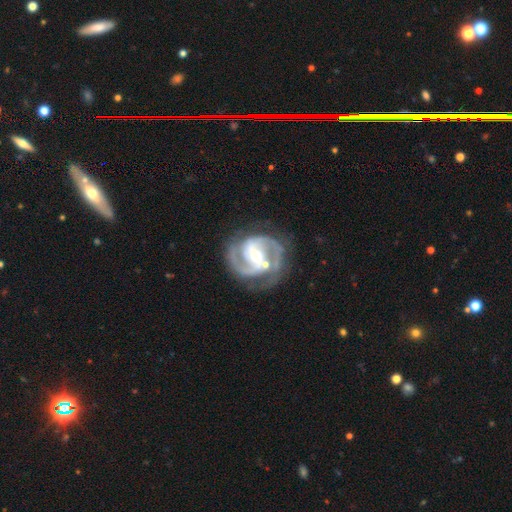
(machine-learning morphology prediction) Smooth or featured?
  - featured or disk: 92% *
  - star or artifact: 4%
  - smooth: 4%
Edge-on disk?
  - no: 98% *
  - yes: 2%
Bar?
  - weak: 40% *
  - strong: 34%
  - no: 26%
Spiral arms?
  - yes: 98% *
  - no: 2%
Spiral winding?
  - medium: 53% *
  - tight: 38%
  - loose: 9%
Spiral arm count?
  - 2: 84% *
  - 3: 8%
  - can't tell: 3%
  - 1: 2%
  - 4: 1%
  - more than 4: 1%
Bulge size?
  - moderate: 60% *
  - small: 35%
  - large: 3%
  - none: 1%
  - dominant: 1%
Merging?
  - none: 69% *
  - minor disturbance: 17%
  - major disturbance: 8%
  - merger: 6%